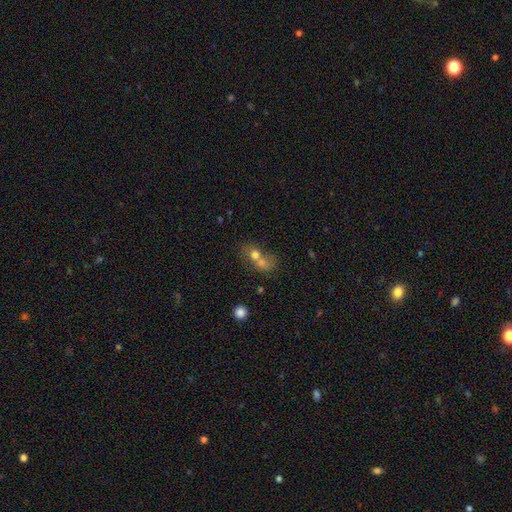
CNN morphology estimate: type=smooth (63%); roundness=round (52%); merging=merger (66%).